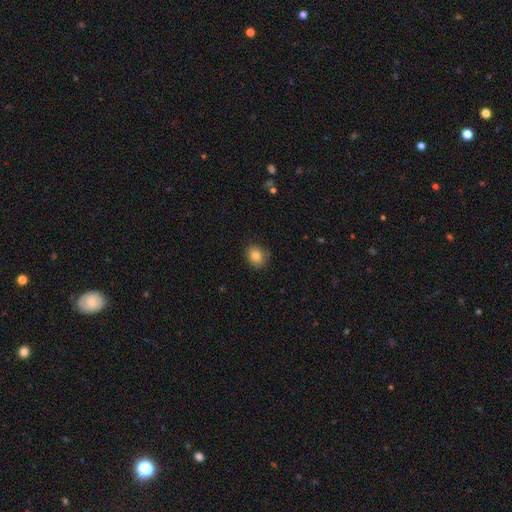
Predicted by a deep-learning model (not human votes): This is clearly a smooth galaxy (83%). How rounded: likely round (63%). Merging: clearly none (86%).